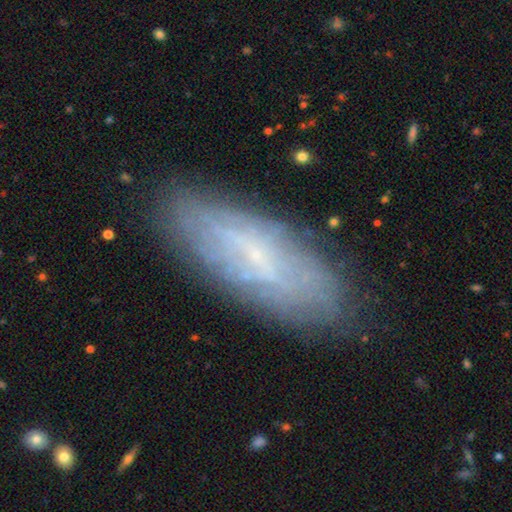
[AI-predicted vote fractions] Smooth or featured? featured or disk (52%)
Edge-on disk? no (75%)
Merging? none (81%)